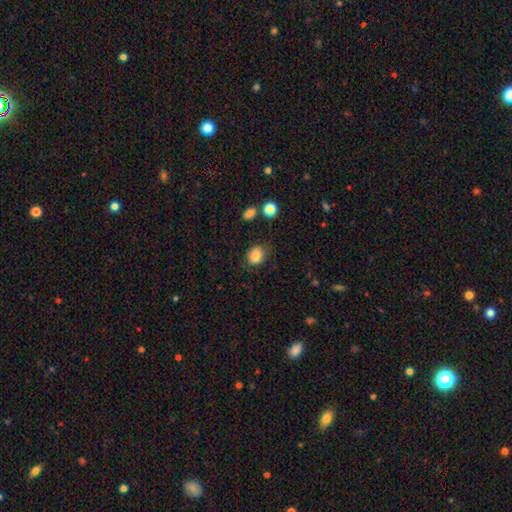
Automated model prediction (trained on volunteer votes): Overall: smooth (85%). How rounded: in between (53%; round 46%). Merging: none (74%).